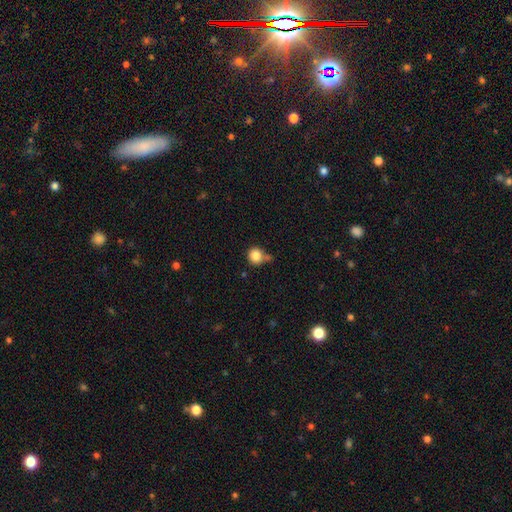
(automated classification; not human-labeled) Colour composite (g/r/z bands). It shows a smooth galaxy with no disk features (84%) that is round (90%). Merging: none (60%).